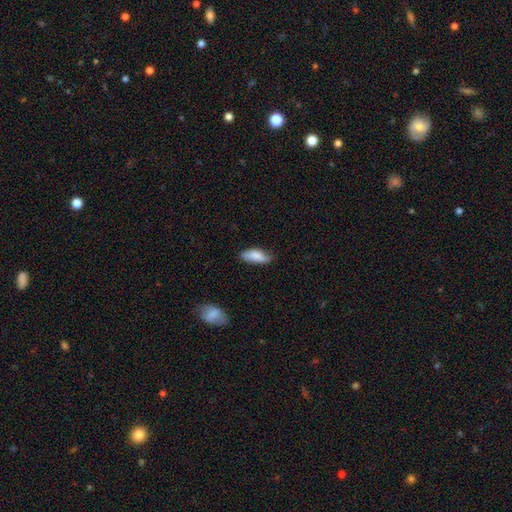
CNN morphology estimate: Overall: smooth (83%). How rounded: in between (76%). Merging: none (66%; minor disturbance 28%).